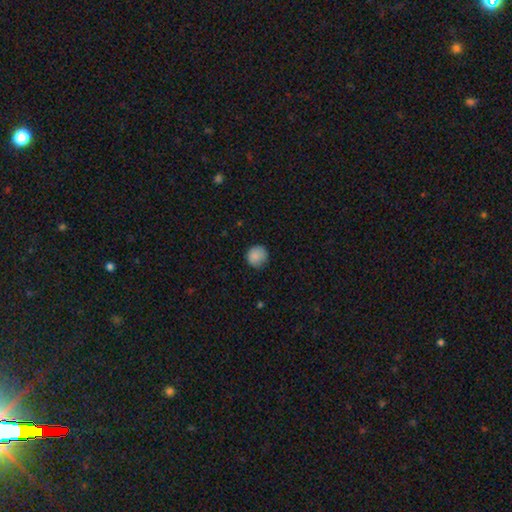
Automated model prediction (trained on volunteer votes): Overall: smooth (87%). How rounded: round (91%). Merging: none (82%).